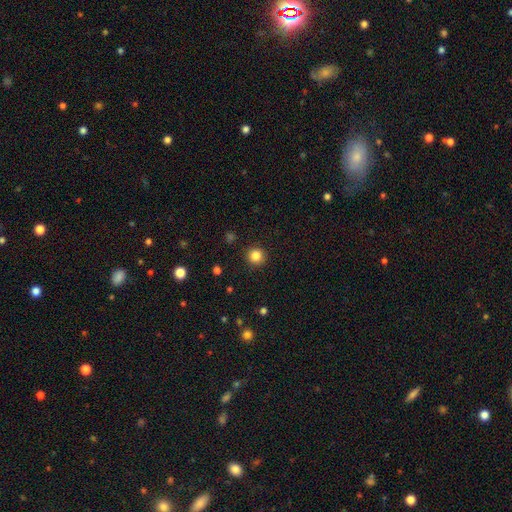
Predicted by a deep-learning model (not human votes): Overall: smooth (84%). How rounded: round (95%). Merging: none (92%).